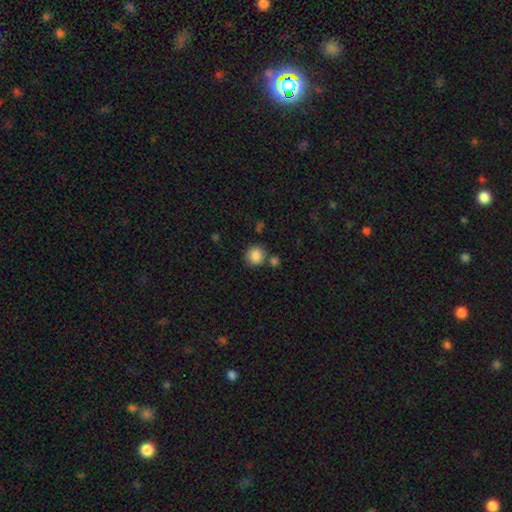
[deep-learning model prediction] A smooth galaxy with no disk features (86%) that is round (87%). Merging: none (72%).